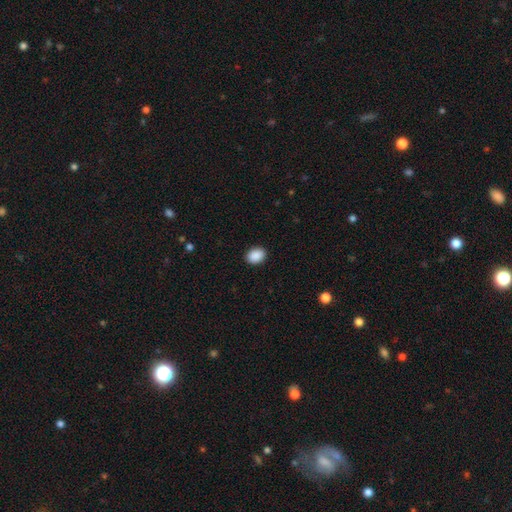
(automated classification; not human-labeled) Smooth or featured? smooth (90%)
How rounded? in between (70%)
Merging? none (90%)